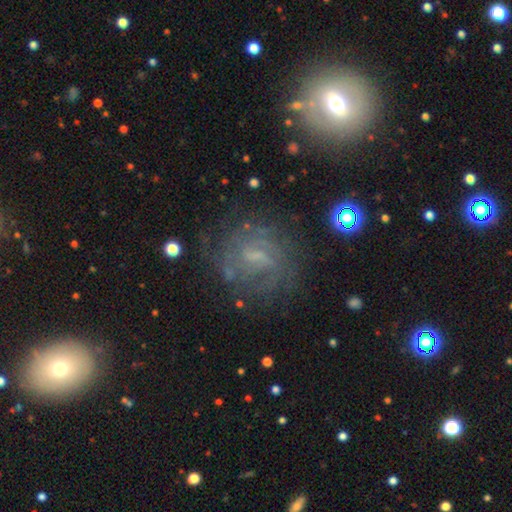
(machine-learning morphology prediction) This is likely a featured or disk galaxy (68%). It is clearly not viewed edge-on (96%). Bar: possibly weak (54%). Spiral arm pattern: clearly yes (81%). Spiral arm count: possibly can't tell (51%). Spiral winding: possibly tight (52%). Central bulge: marginally small (45%). Merging: likely none (70%).